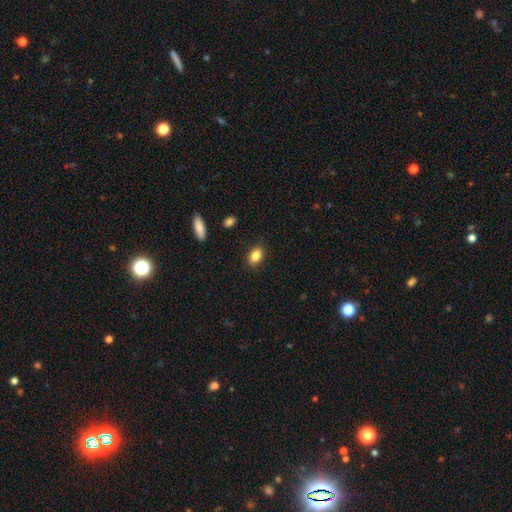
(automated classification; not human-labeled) smooth_or_featured: smooth (p=0.85) [alt: star or artifact p=0.09]
how_rounded: in between (p=0.82) [alt: round p=0.16]
merging: none (p=0.86) [alt: minor disturbance p=0.10]